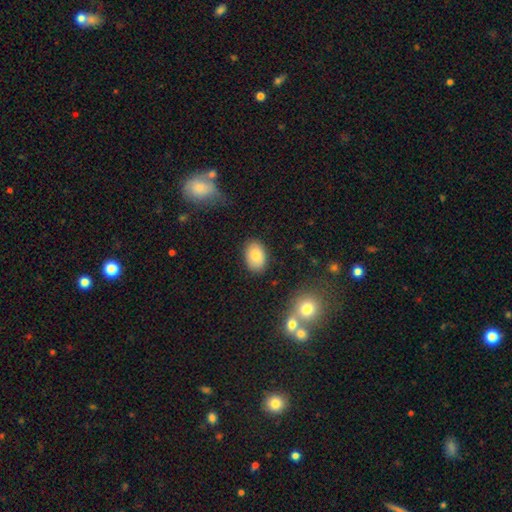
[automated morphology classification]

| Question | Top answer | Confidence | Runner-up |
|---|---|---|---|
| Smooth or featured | smooth | 84% | featured or disk (8%) |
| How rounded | in between | 86% | round (13%) |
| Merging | none | 86% | minor disturbance (10%) |